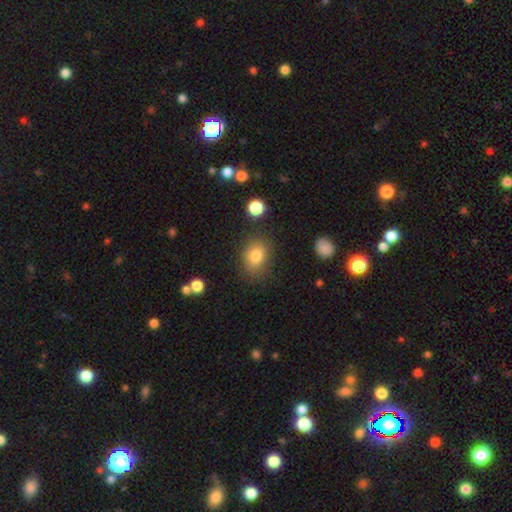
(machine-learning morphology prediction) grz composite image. It shows a smooth galaxy with no disk features (80%) that is in between round and cigar-shaped (56%). Merging: none (77%).